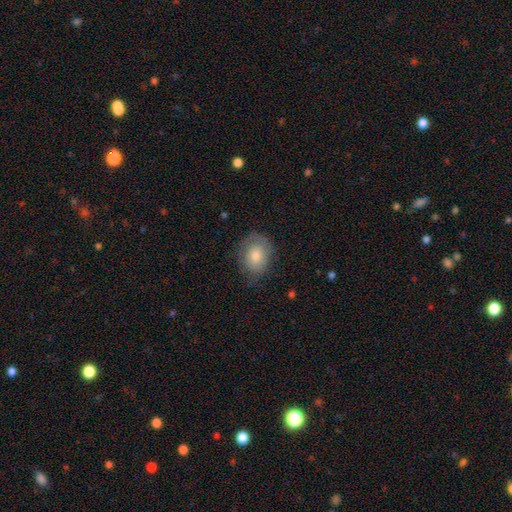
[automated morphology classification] Overall: smooth (64%; featured or disk 28%). How rounded: in between (53%; round 46%). Merging: none (70%).